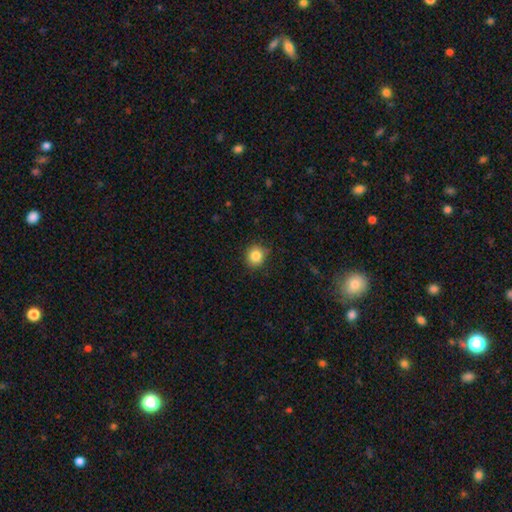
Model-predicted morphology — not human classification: This is clearly a smooth galaxy (84%). How rounded: clearly round (84%). Merging: clearly none (85%).